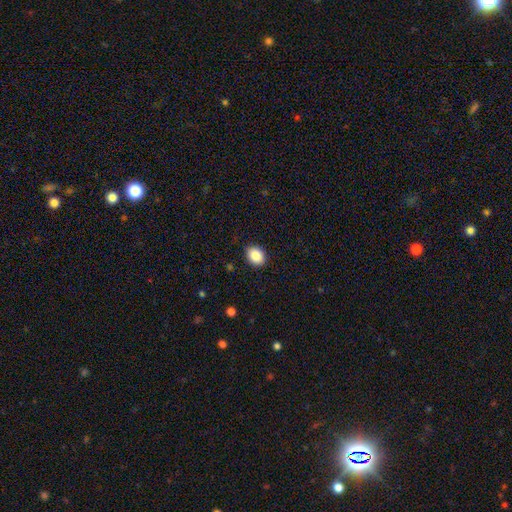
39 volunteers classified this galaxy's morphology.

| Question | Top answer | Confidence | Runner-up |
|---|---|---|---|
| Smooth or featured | smooth | 85% | star or artifact (10%) |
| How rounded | in between | 67% | round (33%) |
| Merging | none | 86% | minor disturbance (14%) |